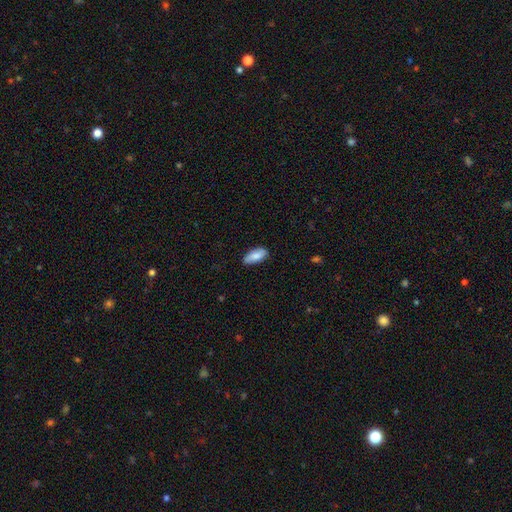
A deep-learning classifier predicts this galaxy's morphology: The model was most divided on "merging": none: 78%, minor disturbance: 18%, major disturbance: 3%, merger: 1%. More confident: how rounded — in between (87%); smooth or featured — smooth (82%).